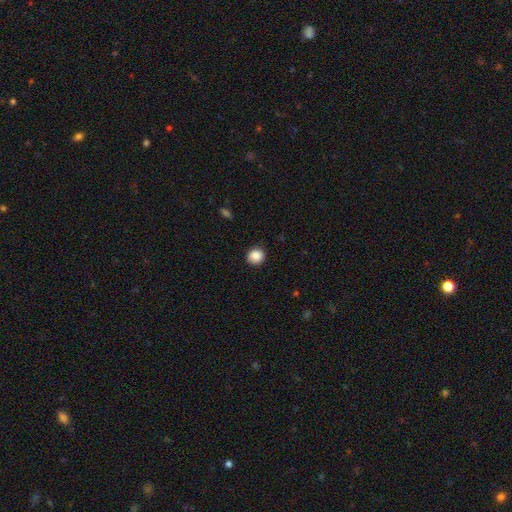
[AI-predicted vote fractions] This appears to be a smooth galaxy with no disk features (87%) that is round (84%). Merging: none (87%).